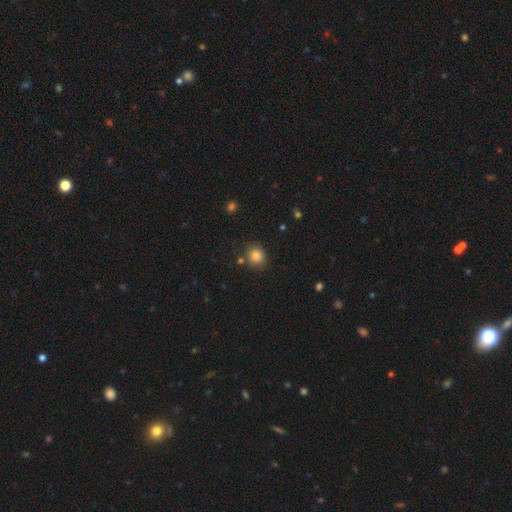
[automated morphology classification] smooth-or-featured: smooth: 84% | star or artifact: 11% | featured or disk: 5%
  how-rounded: round: 83% | in between: 16% | cigar-shaped: 1%
  merging: none: 80% | minor disturbance: 11% | merger: 6% | major disturbance: 3%